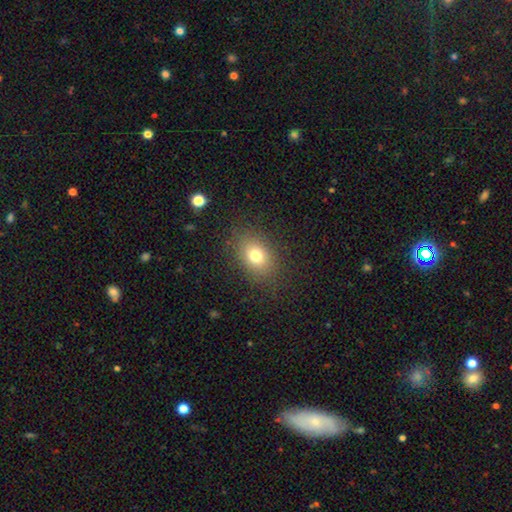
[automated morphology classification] smooth 75%, star or artifact 13%, featured or disk 12%. Down the decision tree: how rounded — in between (65%); merging — none (84%).